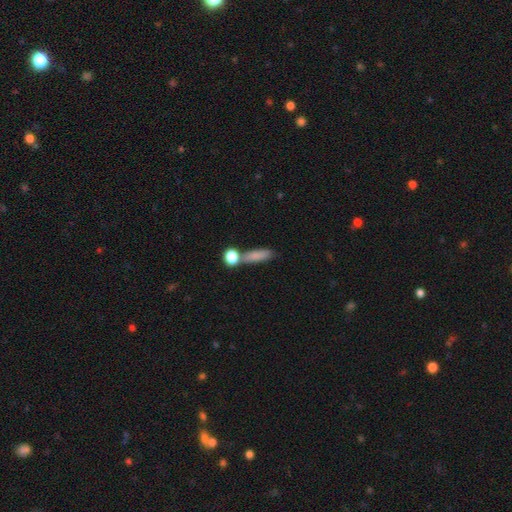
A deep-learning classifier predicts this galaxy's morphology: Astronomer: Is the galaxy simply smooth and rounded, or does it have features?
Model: smooth — 79%.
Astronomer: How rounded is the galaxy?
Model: cigar-shaped — 54% (runner-up: in between, 36%).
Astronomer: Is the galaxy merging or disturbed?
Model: none — 62%.